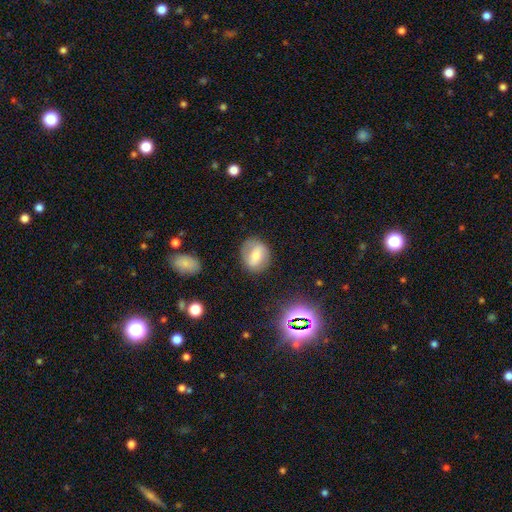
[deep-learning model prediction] Smooth or featured? Predicted: smooth (p=0.59). How rounded? Predicted: round (p=0.52). Merging? Predicted: none (p=0.81).